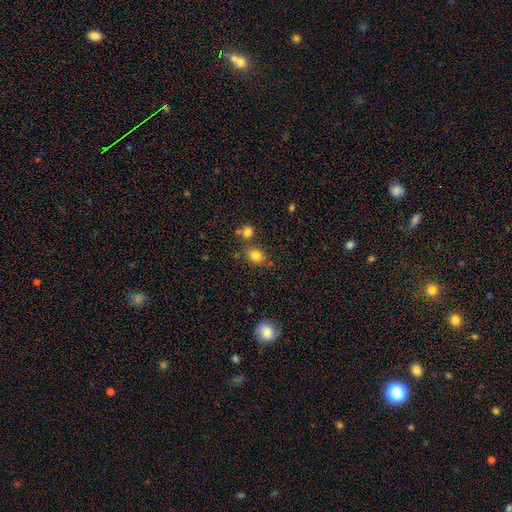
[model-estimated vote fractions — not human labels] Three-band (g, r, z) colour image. It shows a smooth galaxy with no disk features (81%) that is round (56%). Merging: none (71%).